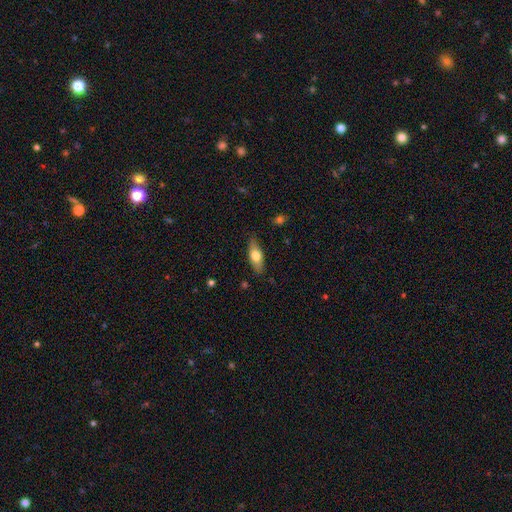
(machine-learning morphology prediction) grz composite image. It shows a smooth galaxy with no disk features (64%) that is in between round and cigar-shaped (71%). Merging: none (84%).